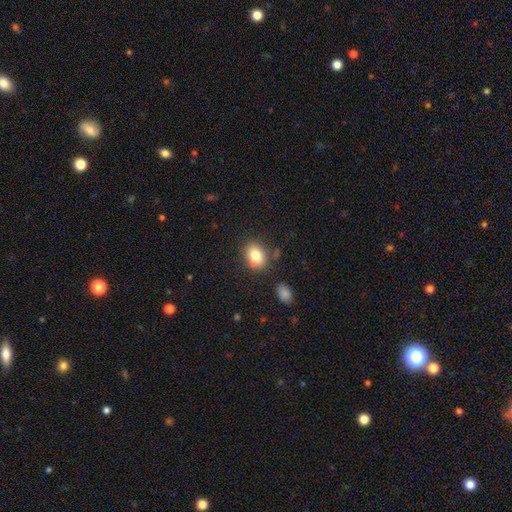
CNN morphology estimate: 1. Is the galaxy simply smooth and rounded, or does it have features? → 80% smooth, 10% featured or disk, 10% star or artifact.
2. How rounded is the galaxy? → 61% in between, 38% round, 1% cigar-shaped.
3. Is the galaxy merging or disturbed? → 71% none, 14% minor disturbance, 11% merger, 4% major disturbance.